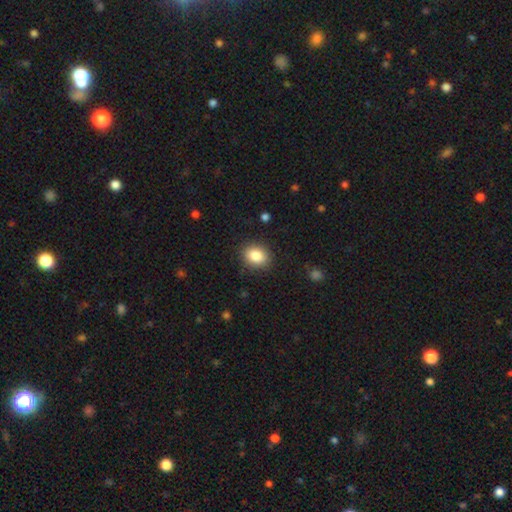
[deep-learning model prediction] A smooth galaxy with no disk features (85%) that is round (53%).

Vote fractions:
- Smooth or featured? smooth: 85% / star or artifact: 9% / featured or disk: 6%
- How rounded? round: 53% / in between: 46% / cigar-shaped: 1%
- Merging? none: 88% / minor disturbance: 9% / major disturbance: 3% / merger: 1%